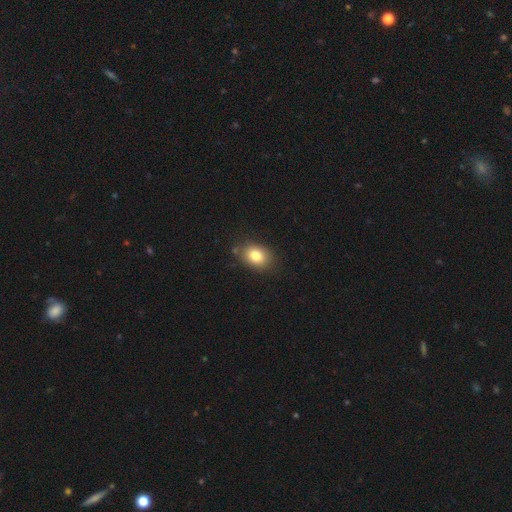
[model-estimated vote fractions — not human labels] smooth_or_featured: smooth (p=0.82) [alt: star or artifact p=0.10]
how_rounded: in between (p=0.68) [alt: round p=0.31]
merging: none (p=0.82) [alt: minor disturbance p=0.12]